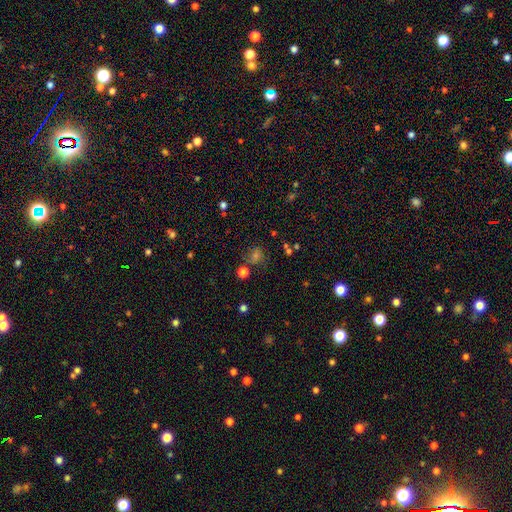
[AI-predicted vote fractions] Morphology: type=smooth (47%); merging=none (69%).